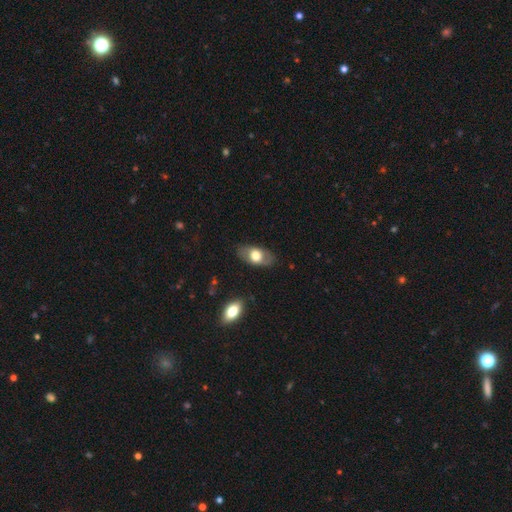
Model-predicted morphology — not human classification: A smooth galaxy with no disk features (60%) that is in between round and cigar-shaped (90%).

Vote fractions:
- Smooth or featured? smooth: 60% / featured or disk: 33% / star or artifact: 7%
- How rounded? in between: 90% / round: 7% / cigar-shaped: 3%
- Merging? none: 80% / minor disturbance: 15% / major disturbance: 4% / merger: 1%